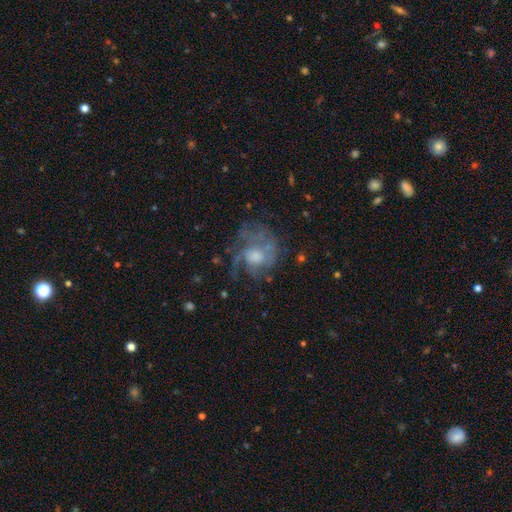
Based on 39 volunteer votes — Smooth or featured? 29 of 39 (74%) said featured or disk. Edge-on disk? 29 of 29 (100%) said no. Bar? 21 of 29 (72%) said no. Spiral arms? 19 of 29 (66%) said yes. Spiral winding? 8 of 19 (42%) said medium. Spiral arm count? 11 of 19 (58%) said can't tell. Bulge size? 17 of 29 (59%) said moderate. Merging? 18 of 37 (49%) said major disturbance.